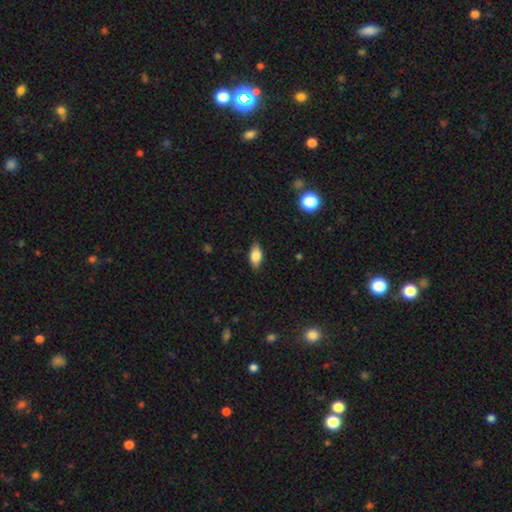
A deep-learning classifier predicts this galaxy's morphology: smooth_or_featured: smooth (p=0.80) [alt: featured or disk p=0.12]
how_rounded: in between (p=0.87) [alt: cigar-shaped p=0.10]
merging: none (p=0.85) [alt: minor disturbance p=0.11]